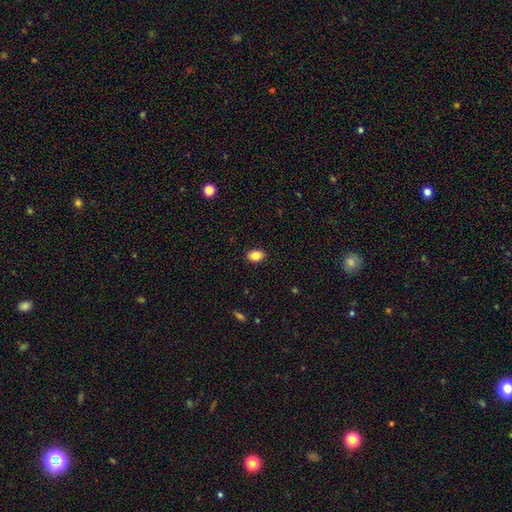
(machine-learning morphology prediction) Smooth or featured: smooth — 85% (star or artifact — 9%)
How rounded: in between — 82% (round — 17%)
Merging: none — 89% (minor disturbance — 8%)